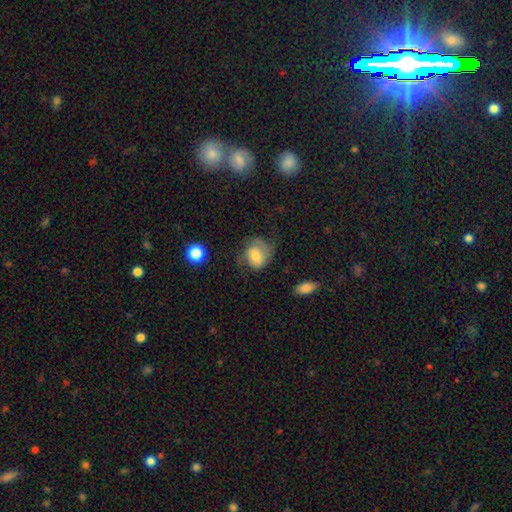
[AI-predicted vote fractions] A smooth galaxy with no disk features (60%) that is round (54%). Merging: none (42%).